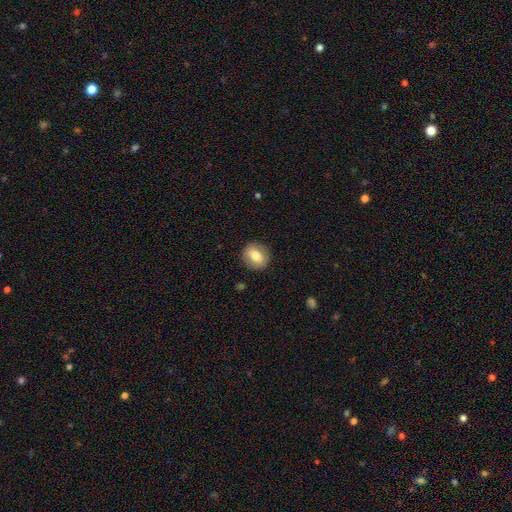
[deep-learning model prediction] Overall: smooth (69%). How rounded: round (77%). Merging: none (87%).